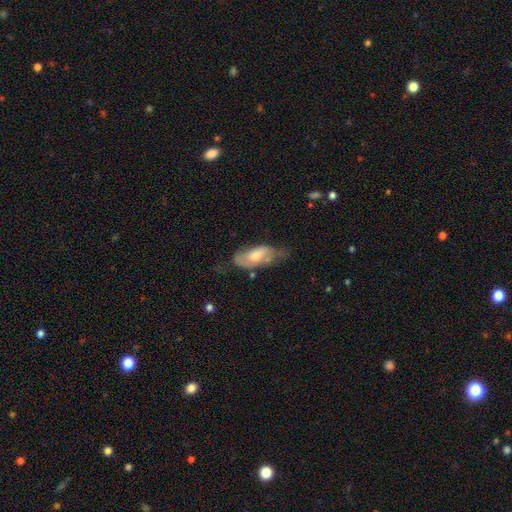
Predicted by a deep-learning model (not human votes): smooth-or-featured: smooth: 54% | featured or disk: 39% | star or artifact: 6%
  how-rounded: in between: 82% | cigar-shaped: 15% | round: 2%
  merging: none: 39% | minor disturbance: 35% | major disturbance: 21% | merger: 4%